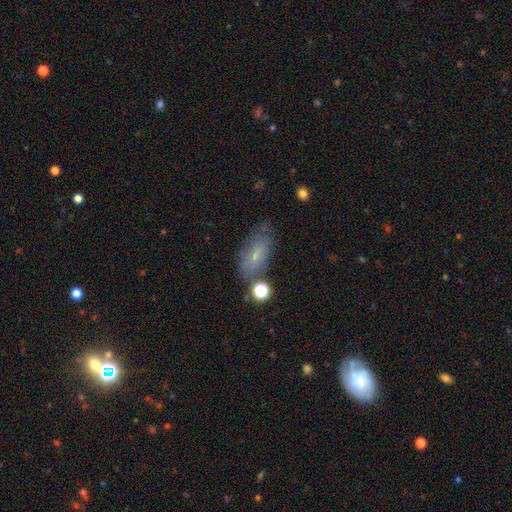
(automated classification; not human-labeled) smooth_or_featured: smooth (p=0.65) [alt: featured or disk p=0.25]
how_rounded: in between (p=0.83) [alt: cigar-shaped p=0.12]
merging: none (p=0.62) [alt: minor disturbance p=0.22]